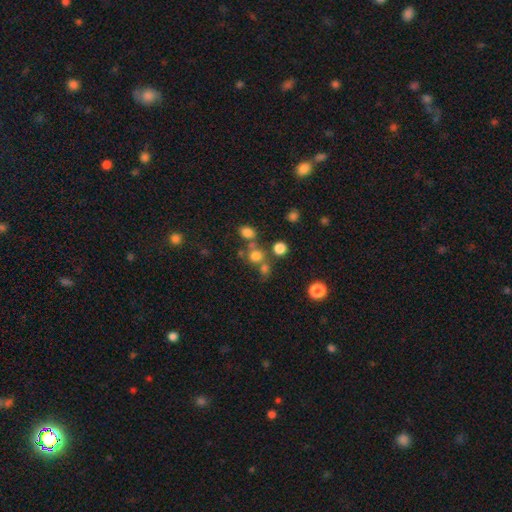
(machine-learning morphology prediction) smooth-or-featured: smooth: 71% | star or artifact: 20% | featured or disk: 10%
  how-rounded: round: 81% | in between: 18% | cigar-shaped: 1%
  merging: none: 57% | merger: 28% | minor disturbance: 10% | major disturbance: 5%